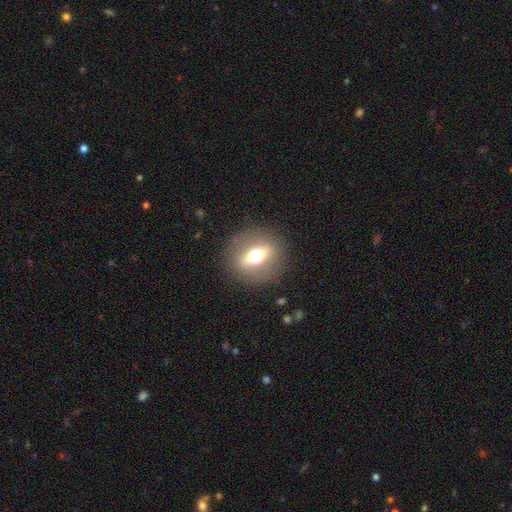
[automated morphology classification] The model was most divided on "smooth or featured": featured or disk: 50%, smooth: 41%, star or artifact: 9%. More confident: merging — none (87%).